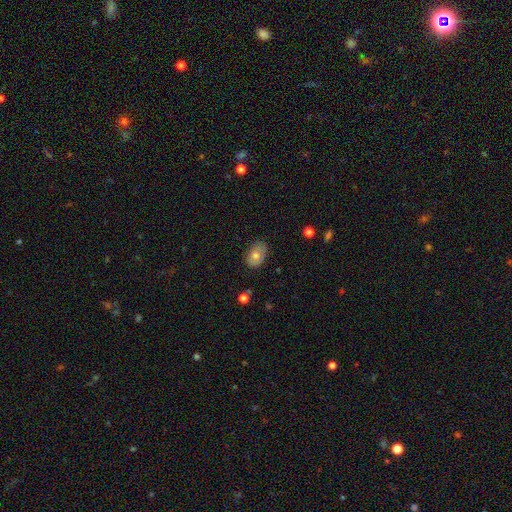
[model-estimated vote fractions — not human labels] smooth_or_featured: smooth (p=0.72) [alt: featured or disk p=0.19]
how_rounded: in between (p=0.87) [alt: round p=0.12]
merging: none (p=0.79) [alt: minor disturbance p=0.17]